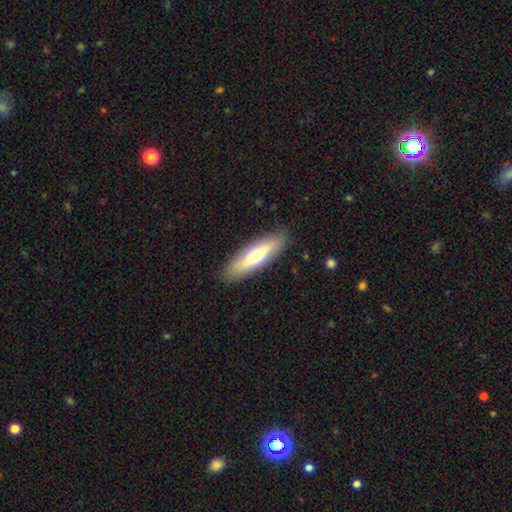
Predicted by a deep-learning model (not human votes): Smooth or featured? smooth (57%)
How rounded? cigar-shaped (57%)
Merging? none (88%)